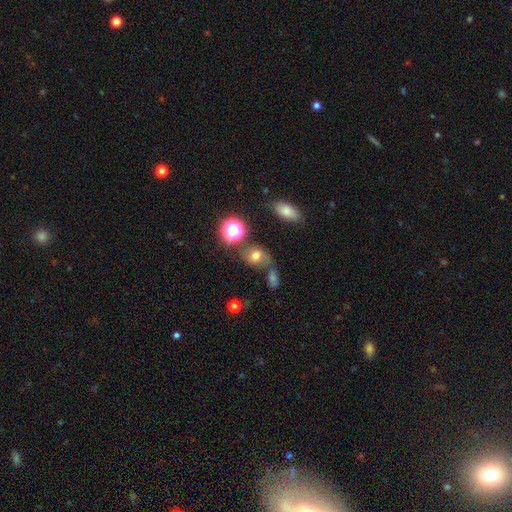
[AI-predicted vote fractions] Smooth or featured?
  - smooth: 62% *
  - star or artifact: 21%
  - featured or disk: 17%
How rounded?
  - in between: 57% *
  - round: 42%
  - cigar-shaped: 2%
Merging?
  - none: 45% *
  - merger: 25%
  - minor disturbance: 18%
  - major disturbance: 12%